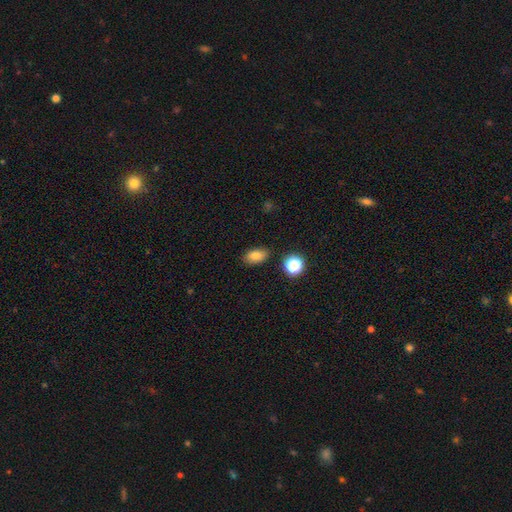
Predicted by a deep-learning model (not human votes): smooth-or-featured: smooth: 80% | star or artifact: 11% | featured or disk: 9%
  how-rounded: in between: 86% | round: 12% | cigar-shaped: 2%
  merging: none: 85% | minor disturbance: 10% | merger: 3% | major disturbance: 2%